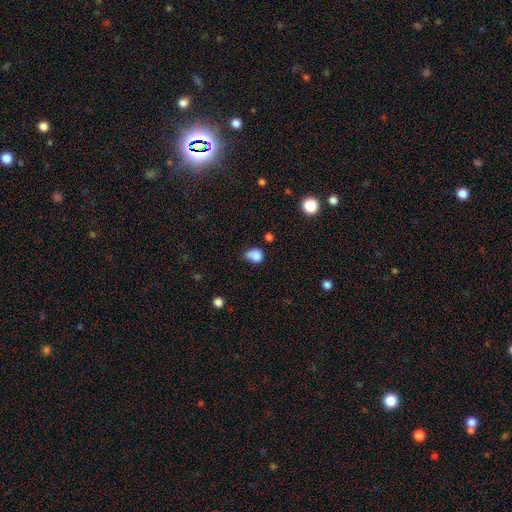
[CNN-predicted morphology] A smooth galaxy with no disk features (81%) that is round (59%). Merging: none (41%).